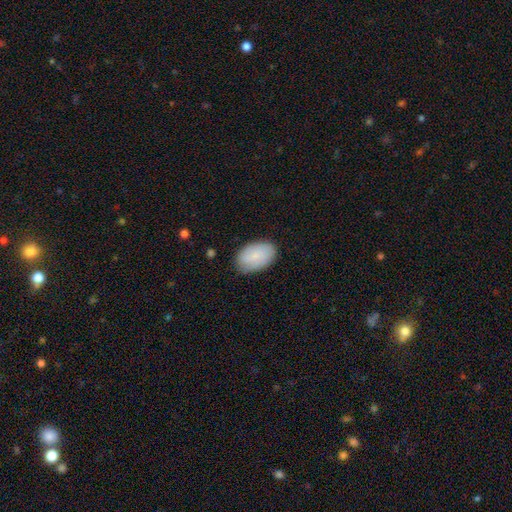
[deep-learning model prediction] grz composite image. It shows a smooth galaxy with no disk features (72%) that is in between round and cigar-shaped (92%). Merging: none (81%).